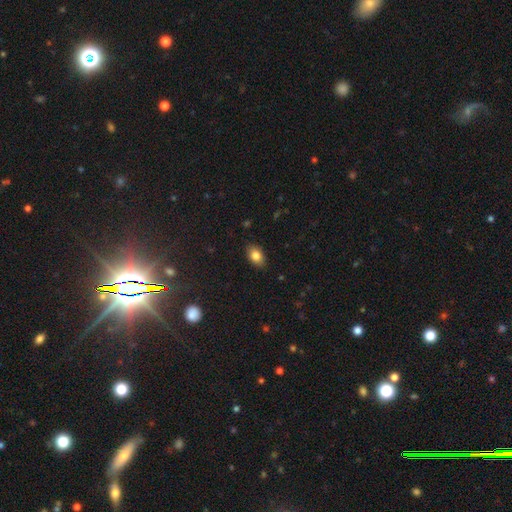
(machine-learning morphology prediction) smooth 83%, featured or disk 9%, star or artifact 8%. Down the decision tree: how rounded — in between (87%); merging — none (87%).